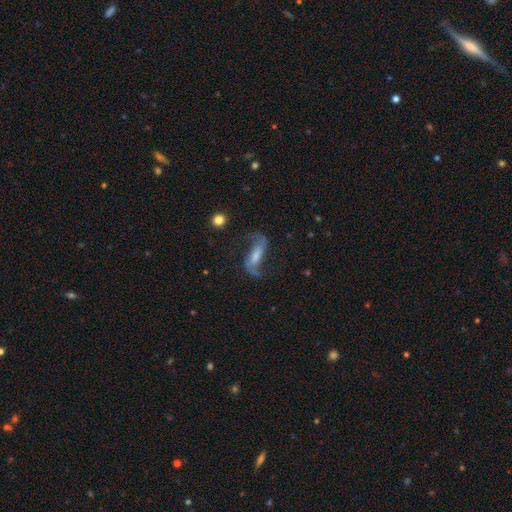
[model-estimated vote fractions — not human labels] A featured or disk galaxy (80%) with a strong bar (41%), 2 (92%) loose (68%) spiral arms (95%) and a moderate central bulge (37%). Merging: none (68%).